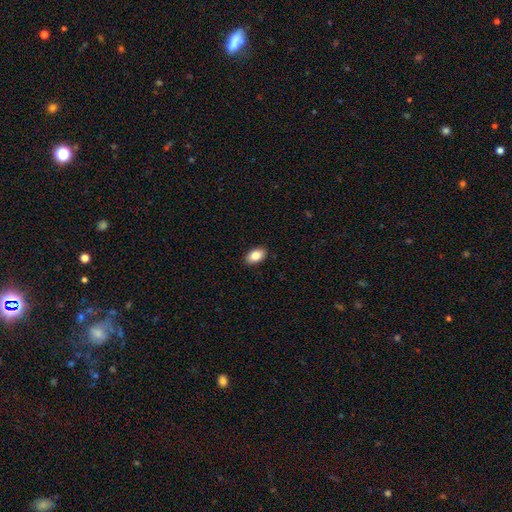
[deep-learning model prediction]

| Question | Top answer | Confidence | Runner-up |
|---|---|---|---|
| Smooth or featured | smooth | 85% | featured or disk (8%) |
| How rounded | in between | 92% | round (7%) |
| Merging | none | 90% | minor disturbance (7%) |